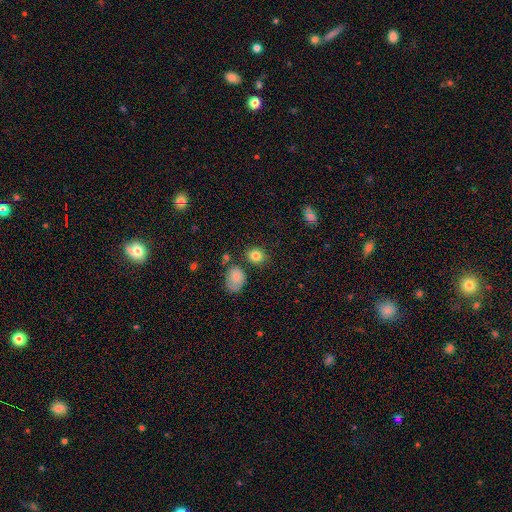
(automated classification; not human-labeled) The model was most divided on "how rounded": round: 59%, in between: 40%, cigar-shaped: 1%. More confident: smooth or featured — smooth (83%); merging — none (77%).